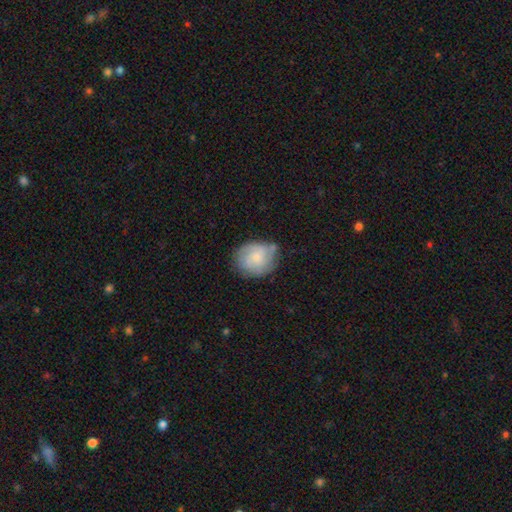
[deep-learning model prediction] smooth_or_featured: featured or disk (p=0.54) [alt: smooth p=0.38]
disk_edge_on: no (p=0.98) [alt: yes p=0.02]
bar: no (p=0.71) [alt: weak p=0.26]
has_spiral_arms: yes (p=0.87) [alt: no p=0.13]
bulge_size: small (p=0.59) [alt: moderate p=0.27]
merging: none (p=0.63) [alt: minor disturbance p=0.26]